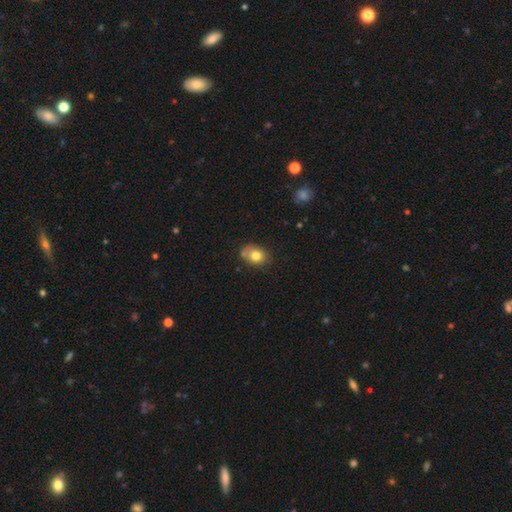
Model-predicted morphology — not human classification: This is likely a smooth galaxy (77%). How rounded: possibly in between (53%). Merging: possibly none (58%).